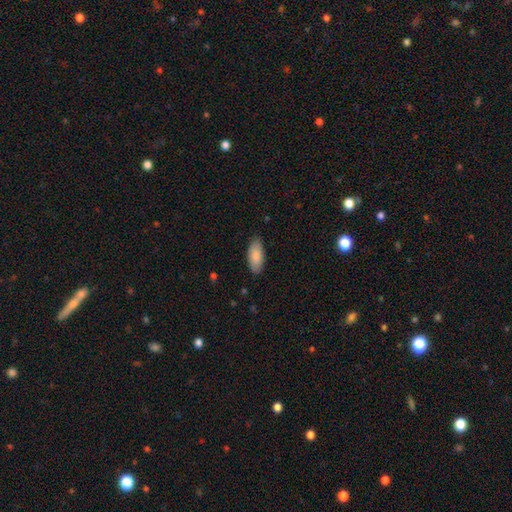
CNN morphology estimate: Smooth or featured: smooth — 88% (featured or disk — 6%)
How rounded: in between — 84% (cigar-shaped — 14%)
Merging: none — 87% (minor disturbance — 10%)